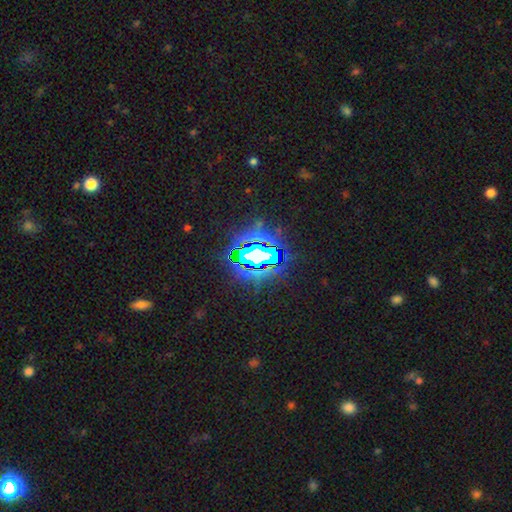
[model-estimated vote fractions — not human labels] This appears to be a star or artifact, not a galaxy (76%).